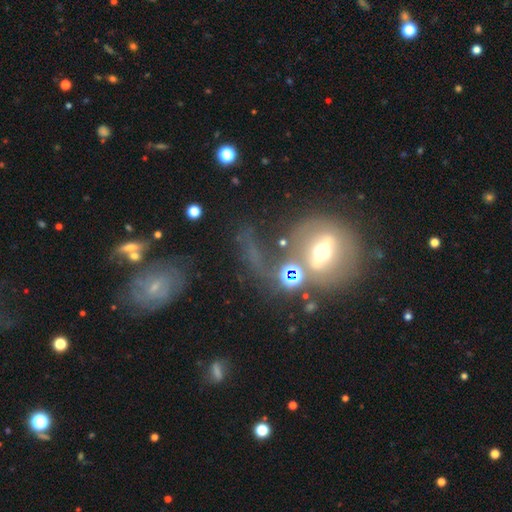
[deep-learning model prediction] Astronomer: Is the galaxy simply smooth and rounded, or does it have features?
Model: featured or disk — 44% (runner-up: smooth, 33%).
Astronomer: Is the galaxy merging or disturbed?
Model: none — 34% (runner-up: merger, 29%).